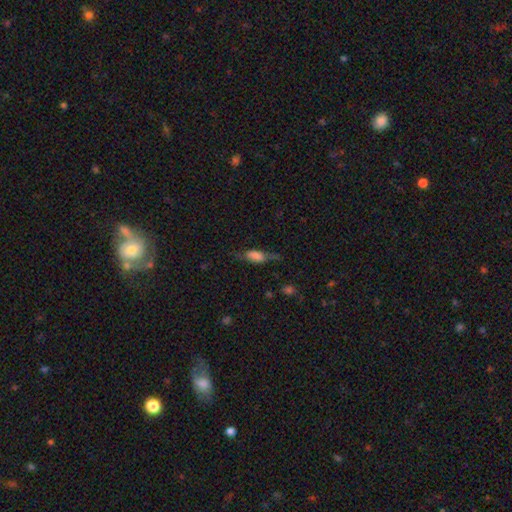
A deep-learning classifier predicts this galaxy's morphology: Q: Smooth or featured?
A: smooth (58%); runner-up: featured or disk (33%)
Q: How rounded?
A: in between (66%); runner-up: cigar-shaped (30%)
Q: Merging?
A: none (52%); runner-up: minor disturbance (27%)